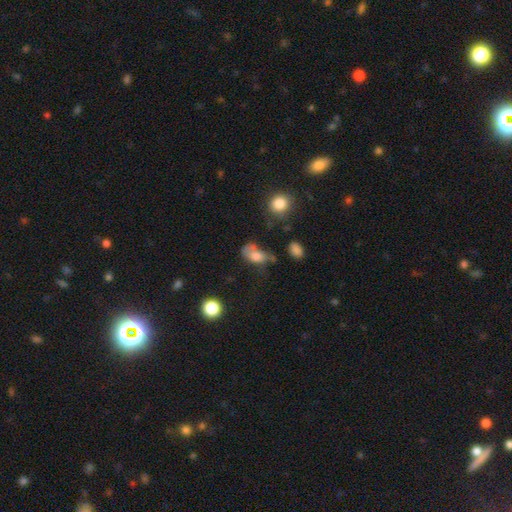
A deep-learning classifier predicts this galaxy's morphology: Q: Smooth or featured?
A: smooth (70%); runner-up: featured or disk (19%)
Q: How rounded?
A: in between (83%); runner-up: round (14%)
Q: Merging?
A: major disturbance (31%); runner-up: minor disturbance (27%)